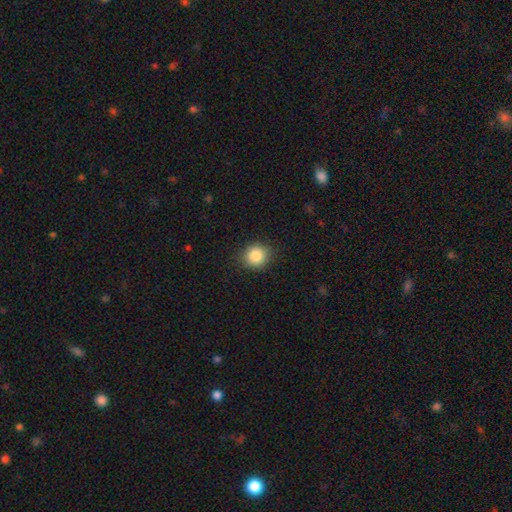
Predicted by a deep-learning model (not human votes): Smooth or featured?
  - smooth: 86% *
  - star or artifact: 9%
  - featured or disk: 5%
How rounded?
  - round: 84% *
  - in between: 15%
  - cigar-shaped: 1%
Merging?
  - none: 88% *
  - minor disturbance: 9%
  - major disturbance: 2%
  - merger: 1%